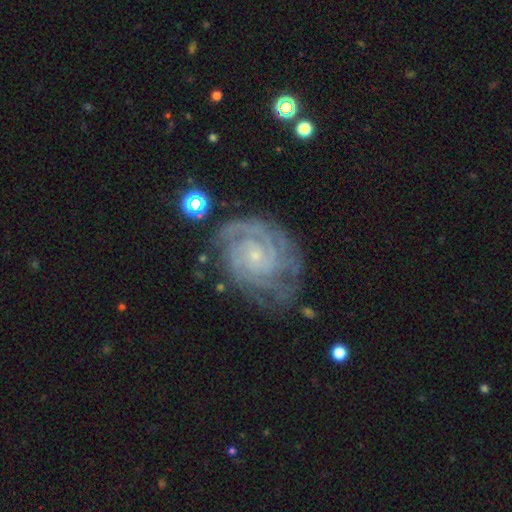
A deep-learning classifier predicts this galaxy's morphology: This is clearly a featured or disk galaxy (89%). It is clearly not viewed edge-on (98%). Bar: likely no (74%). Spiral arm pattern: clearly yes (98%). Spiral arm count: marginally 2 (27%). Spiral winding: likely tight (77%). Central bulge: clearly small (84%). Merging: likely none (67%).